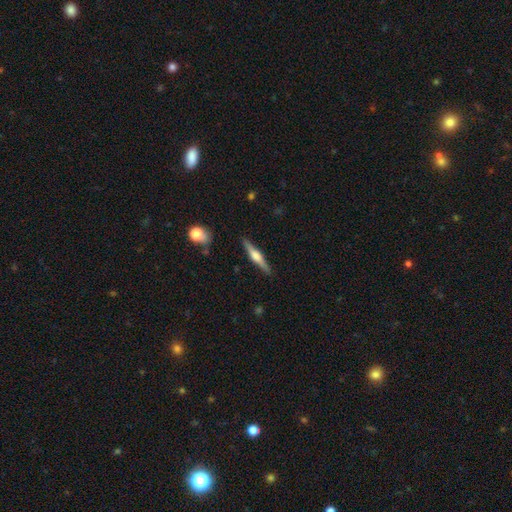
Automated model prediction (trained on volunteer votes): The model was most divided on "smooth or featured": featured or disk: 69%, smooth: 25%, star or artifact: 6%. More confident: edge-on disk — yes (98%); merging — none (90%); edge-on bulge — rounded (82%).